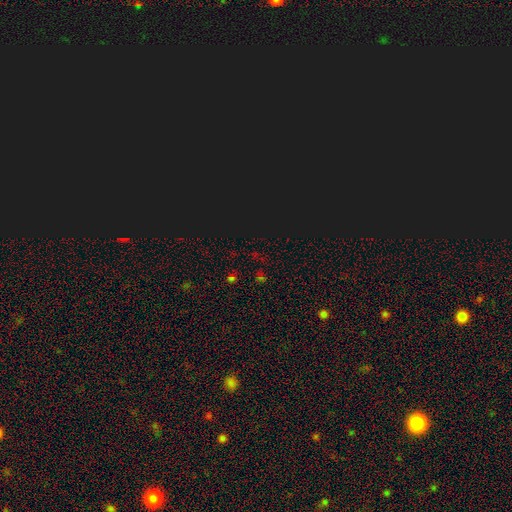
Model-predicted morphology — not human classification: This appears to be a star or artifact, not a galaxy (74%).